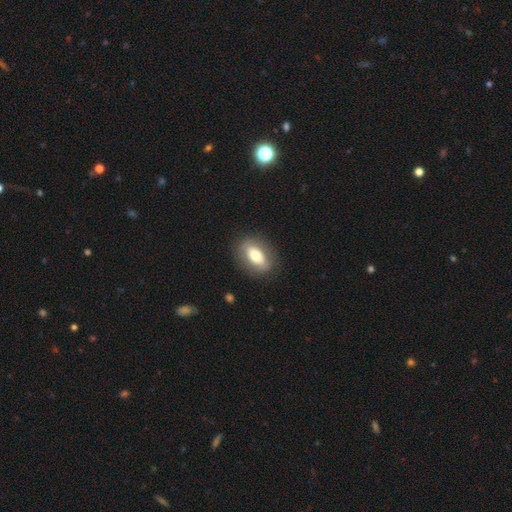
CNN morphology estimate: Smooth or featured: smooth — 66% (featured or disk — 27%)
How rounded: in between — 81% (round — 16%)
Merging: none — 84% (minor disturbance — 11%)